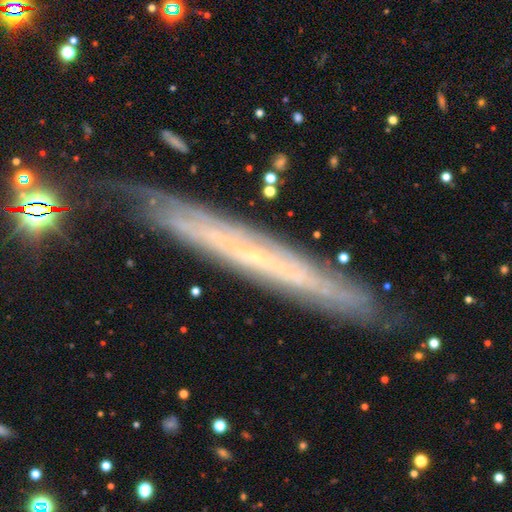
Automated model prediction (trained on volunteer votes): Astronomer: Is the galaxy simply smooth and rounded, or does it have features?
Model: featured or disk — 67%.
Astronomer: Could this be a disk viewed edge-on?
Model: yes — 88%.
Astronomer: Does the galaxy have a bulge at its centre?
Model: none — 83%.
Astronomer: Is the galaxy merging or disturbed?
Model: none — 87%.